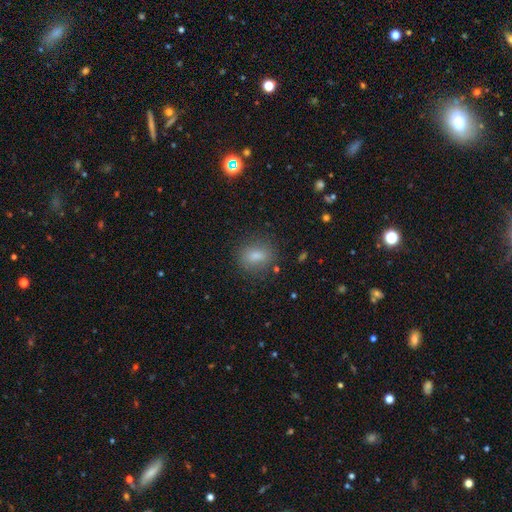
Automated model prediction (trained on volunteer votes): A smooth galaxy with no disk features (75%) that is in between round and cigar-shaped (54%). Merging: none (85%).